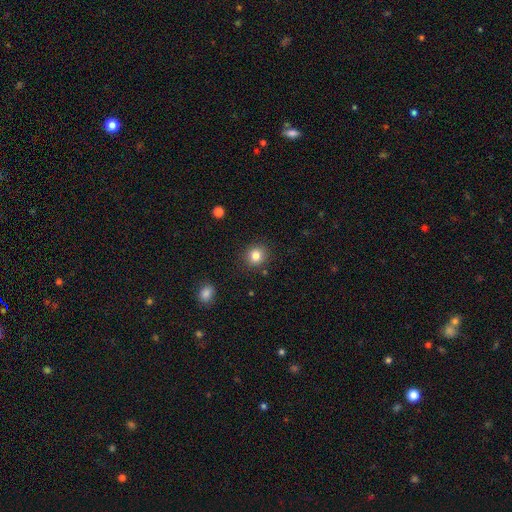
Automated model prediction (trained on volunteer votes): This appears to be a smooth galaxy with no disk features (82%) that is round (89%). Merging: none (89%).